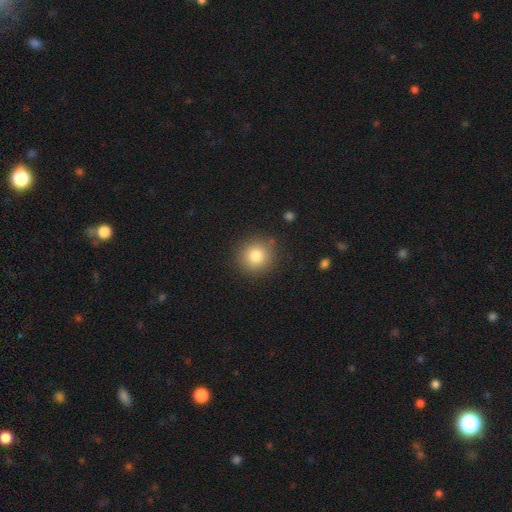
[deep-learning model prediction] Q: Smooth or featured?
A: smooth (82%); runner-up: star or artifact (10%)
Q: How rounded?
A: round (91%); runner-up: in between (8%)
Q: Merging?
A: none (87%); runner-up: minor disturbance (8%)